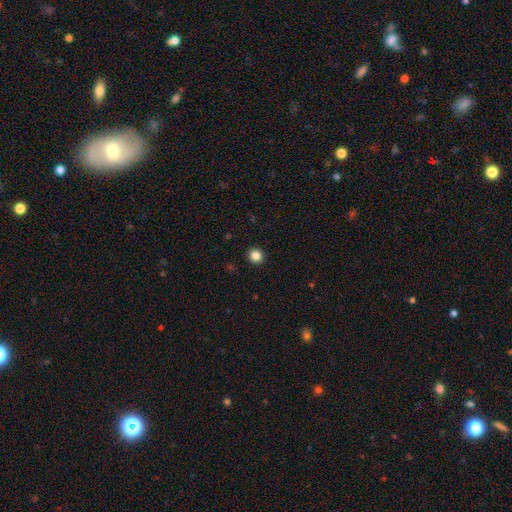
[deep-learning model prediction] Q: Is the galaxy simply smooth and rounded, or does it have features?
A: smooth — 86%.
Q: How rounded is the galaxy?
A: round — 88%.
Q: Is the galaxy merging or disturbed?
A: none — 93%.